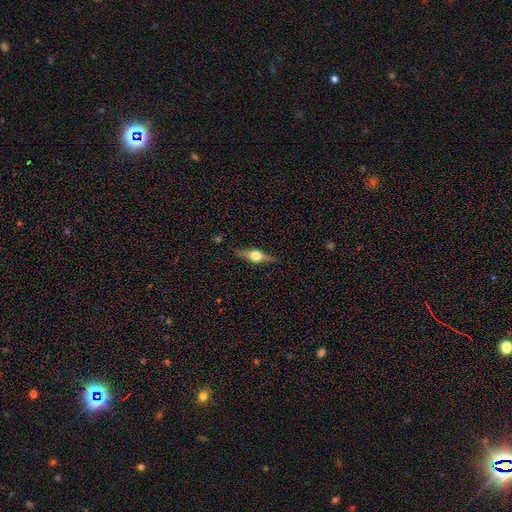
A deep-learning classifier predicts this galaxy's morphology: Q: Smooth or featured?
A: featured or disk (71%); runner-up: smooth (22%)
Q: Edge-on disk?
A: yes (97%); runner-up: no (3%)
Q: Edge-on bulge?
A: rounded (95%); runner-up: boxy (4%)
Q: Merging?
A: none (87%); runner-up: minor disturbance (9%)